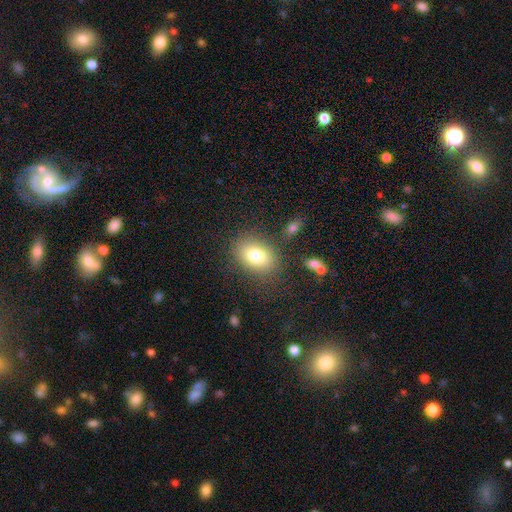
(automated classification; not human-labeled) smooth-or-featured: smooth: 78% | featured or disk: 12% | star or artifact: 10%
  how-rounded: in between: 70% | round: 29% | cigar-shaped: 1%
  merging: none: 82% | minor disturbance: 11% | major disturbance: 5% | merger: 3%